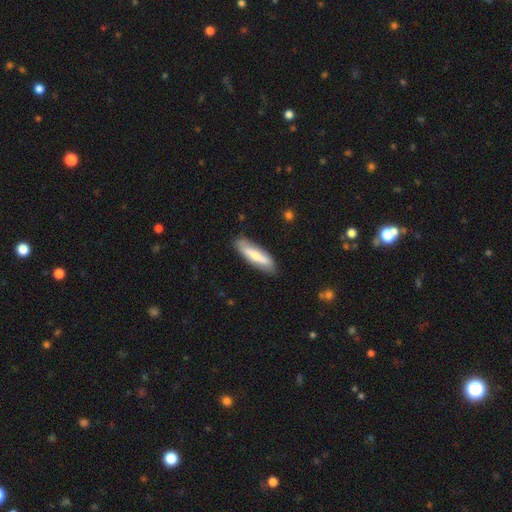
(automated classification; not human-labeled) Overall: smooth (59%; featured or disk 35%). How rounded: cigar-shaped (59%; in between 40%). Merging: none (81%).